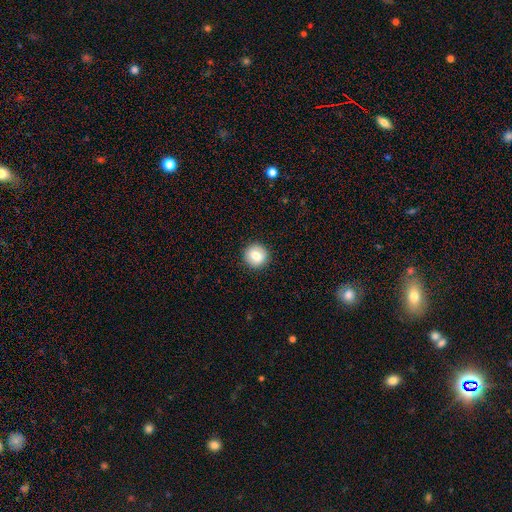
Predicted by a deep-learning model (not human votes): smooth_or_featured: smooth (p=0.79) [alt: featured or disk p=0.12]
how_rounded: round (p=0.93) [alt: in between p=0.06]
merging: none (p=0.91) [alt: minor disturbance p=0.06]